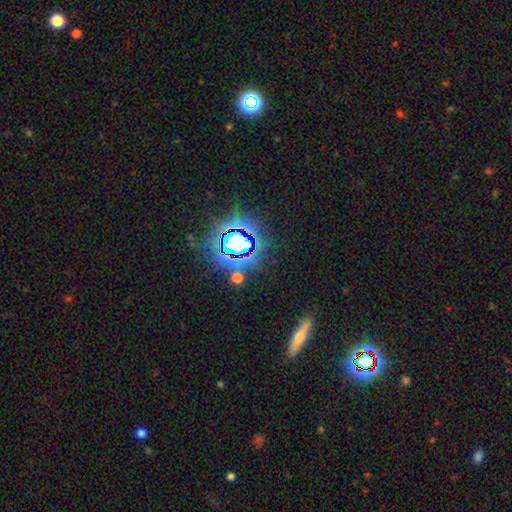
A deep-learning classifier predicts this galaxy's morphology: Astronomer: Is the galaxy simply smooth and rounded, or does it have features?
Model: star or artifact — 76%.